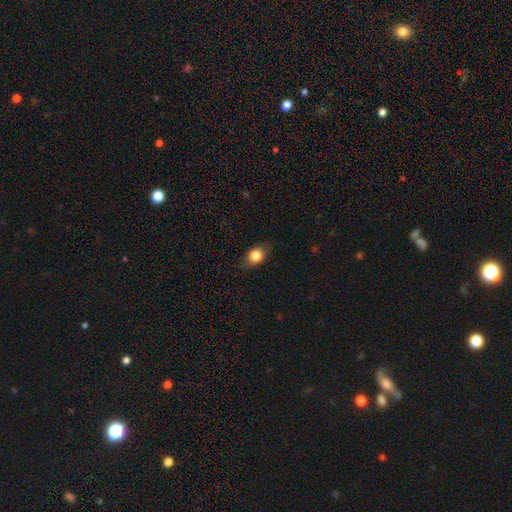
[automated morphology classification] Overall: smooth (82%). How rounded: in between (60%; round 37%). Merging: none (78%).